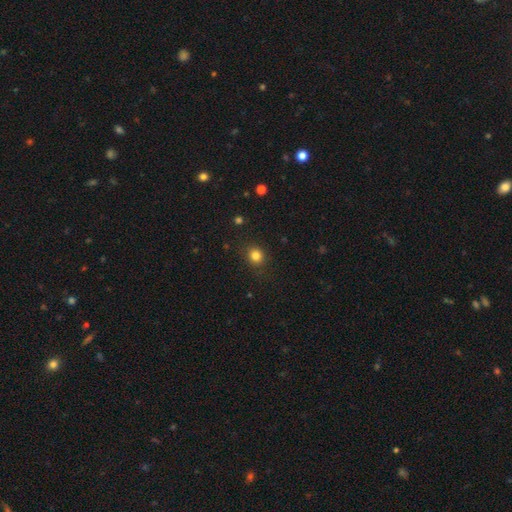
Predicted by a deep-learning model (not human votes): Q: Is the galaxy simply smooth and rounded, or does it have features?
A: smooth — 83%.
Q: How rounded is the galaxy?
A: round — 83%.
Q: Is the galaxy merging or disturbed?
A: none — 88%.